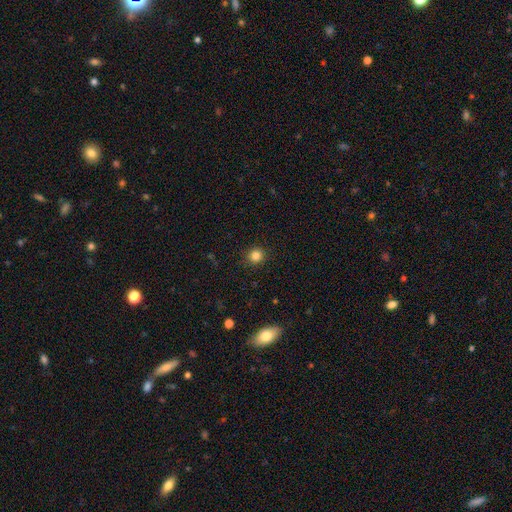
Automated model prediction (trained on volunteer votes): Smooth or featured: smooth — 84% (star or artifact — 12%)
How rounded: round — 91% (in between — 8%)
Merging: none — 90% (minor disturbance — 7%)